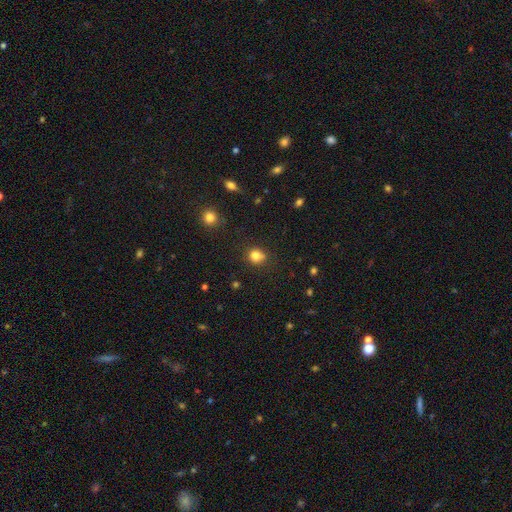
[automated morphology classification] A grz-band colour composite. It shows a smooth galaxy with no disk features (81%) that is round (78%). Merging: none (72%).